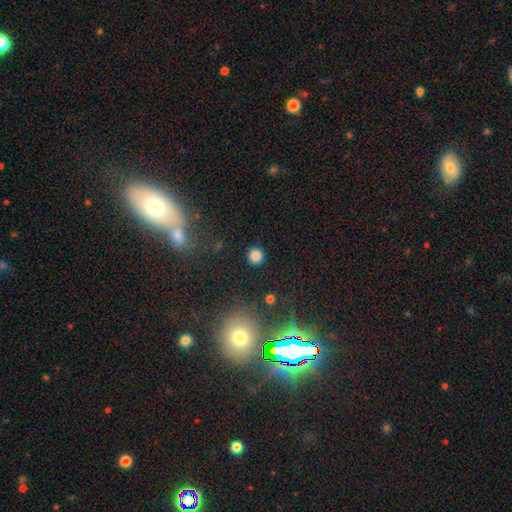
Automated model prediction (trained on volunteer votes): Smooth or featured? Predicted: smooth (p=0.82). How rounded? Predicted: round (p=0.94). Merging? Predicted: none (p=0.90).